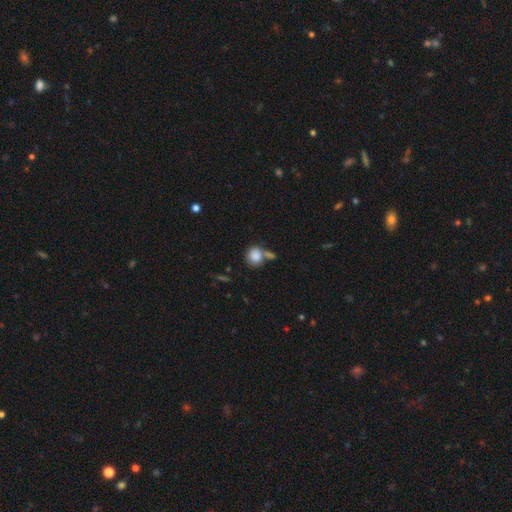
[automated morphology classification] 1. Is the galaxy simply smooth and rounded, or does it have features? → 85% smooth, 8% star or artifact, 7% featured or disk.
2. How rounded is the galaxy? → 78% round, 21% in between, 1% cigar-shaped.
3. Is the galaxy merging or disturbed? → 50% none, 31% merger, 13% minor disturbance, 6% major disturbance.